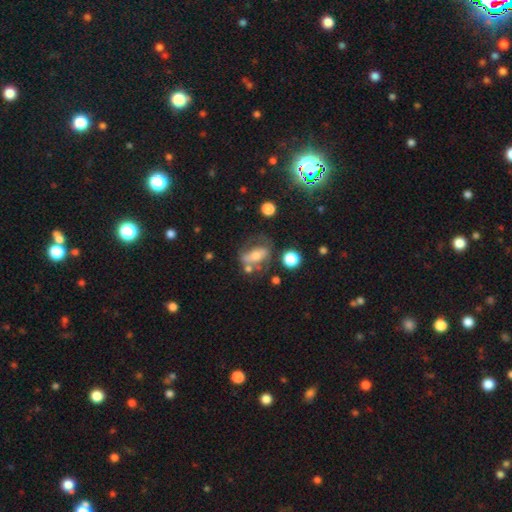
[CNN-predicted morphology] smooth_or_featured: featured or disk (p=0.48) [alt: smooth p=0.41]
merging: none (p=0.44) [alt: minor disturbance p=0.21]